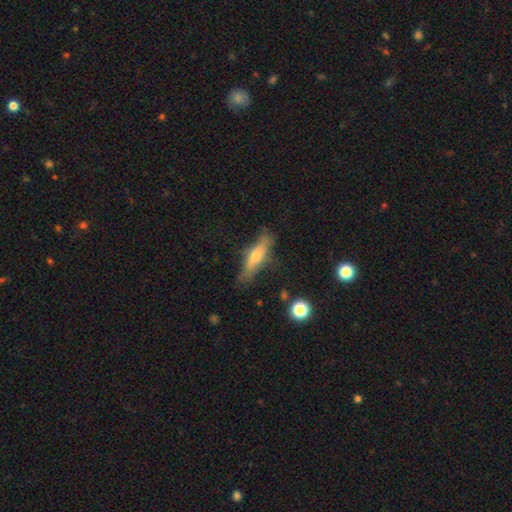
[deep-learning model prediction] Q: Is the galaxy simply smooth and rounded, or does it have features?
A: smooth — 49%.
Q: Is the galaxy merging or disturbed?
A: none — 77%.